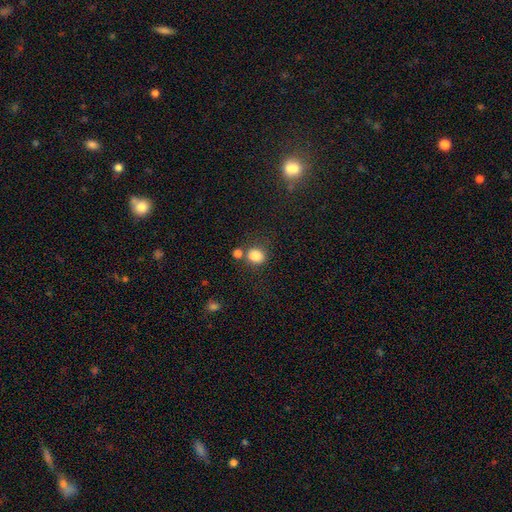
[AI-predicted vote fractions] smooth 83%, star or artifact 11%, featured or disk 6%. Down the decision tree: how rounded — round (70%); merging — none (66%).